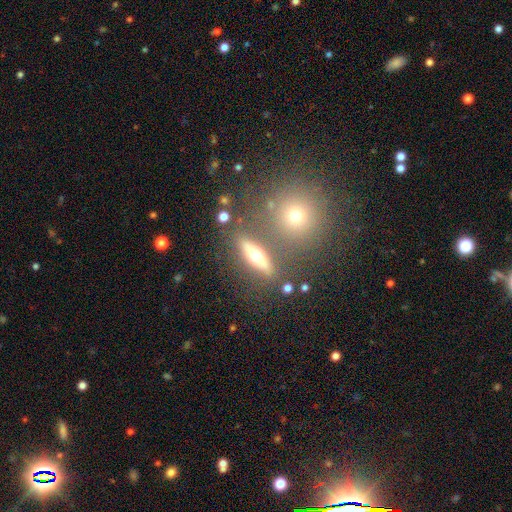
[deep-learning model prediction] A smooth galaxy with no disk features (44%).

Vote fractions:
- Smooth or featured? smooth: 44% / featured or disk: 43% / star or artifact: 13%
- Merging? none: 75% / minor disturbance: 10% / merger: 9% / major disturbance: 5%